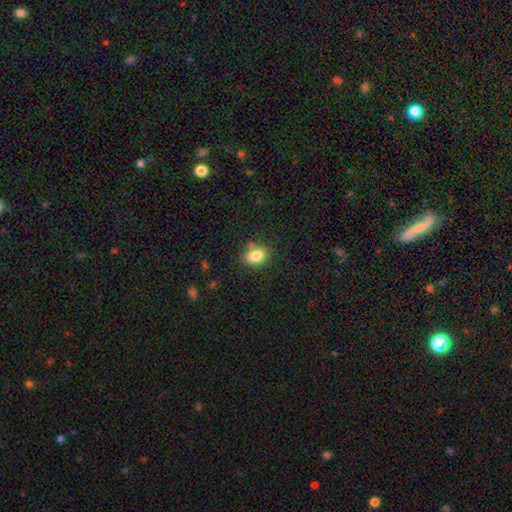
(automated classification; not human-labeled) Smooth or featured? Predicted: smooth (p=0.84). How rounded? Predicted: in between (p=0.67). Merging? Predicted: none (p=0.78).